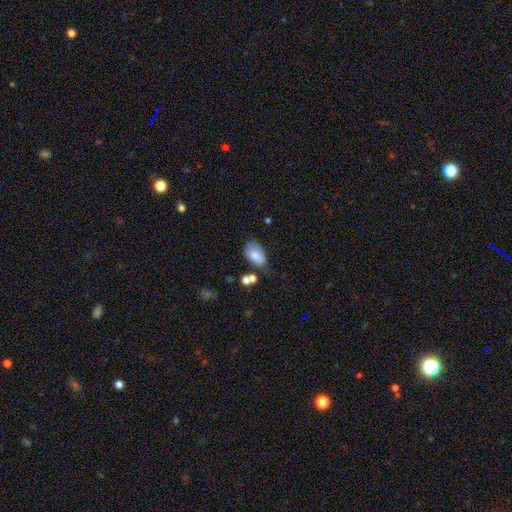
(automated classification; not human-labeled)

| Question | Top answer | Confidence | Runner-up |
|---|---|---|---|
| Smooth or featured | smooth | 77% | featured or disk (14%) |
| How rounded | in between | 91% | round (8%) |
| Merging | none | 45% | minor disturbance (32%) |